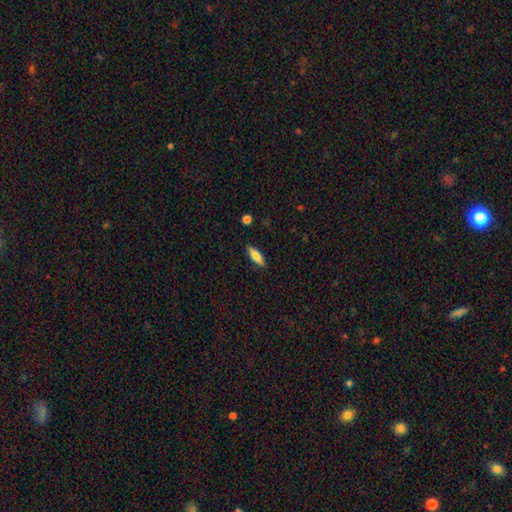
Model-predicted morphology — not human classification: A smooth galaxy with no disk features (69%) that is cigar-shaped (50%). Merging: none (88%).